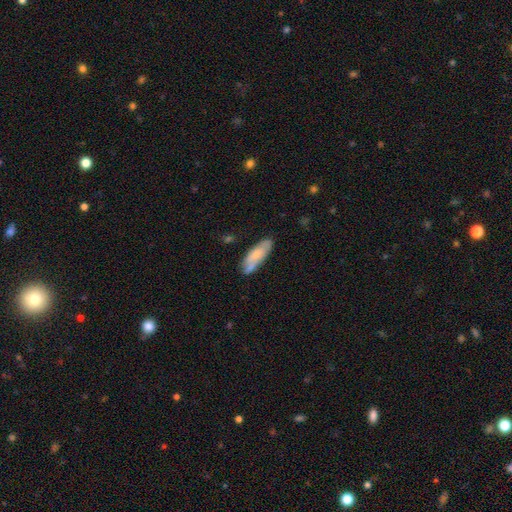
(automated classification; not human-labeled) Smooth or featured? Predicted: smooth (p=0.62). How rounded? Predicted: in between (p=0.61). Merging? Predicted: none (p=0.69).